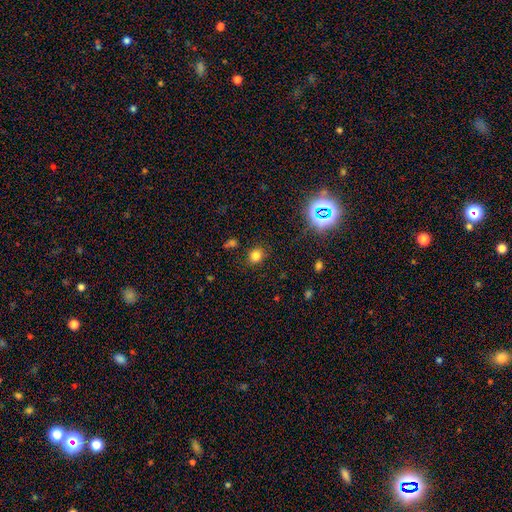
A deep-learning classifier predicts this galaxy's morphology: type=smooth (78%); roundness=round (72%); merging=none (84%).